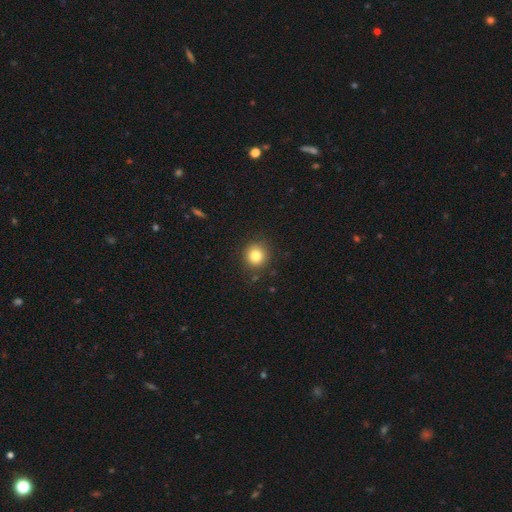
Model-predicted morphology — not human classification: smooth_or_featured: smooth (p=0.82) [alt: star or artifact p=0.11]
how_rounded: round (p=0.91) [alt: in between p=0.08]
merging: none (p=0.89) [alt: minor disturbance p=0.07]